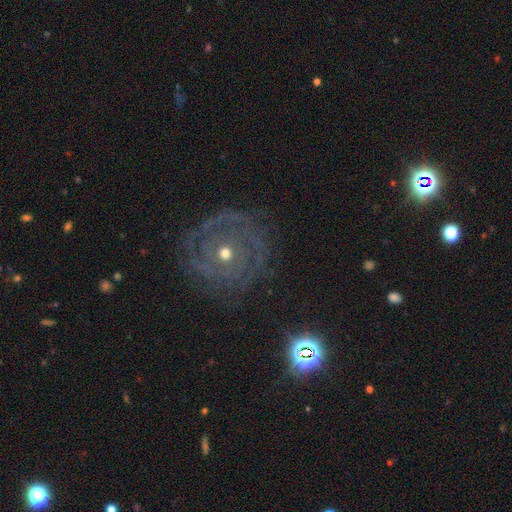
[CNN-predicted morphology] Smooth or featured? Predicted: featured or disk (p=0.65). Edge-on disk? Predicted: no (p=0.96). Bar? Predicted: no (p=0.79). Spiral arms? Predicted: yes (p=0.71). Bulge size? Predicted: small (p=0.64). Merging? Predicted: none (p=0.79).